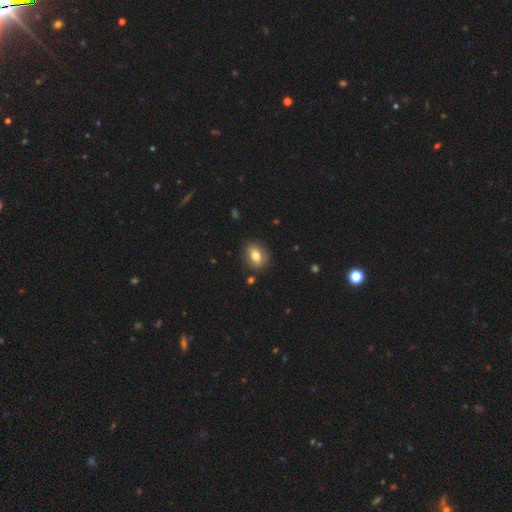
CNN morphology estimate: Overall: smooth (75%). How rounded: in between (71%). Merging: none (83%).